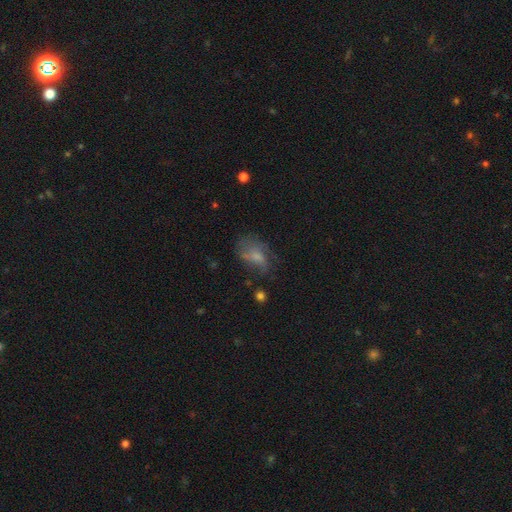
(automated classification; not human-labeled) smooth-or-featured: smooth: 53% | featured or disk: 34% | star or artifact: 13%
  how-rounded: in between: 83% | round: 13% | cigar-shaped: 4%
  merging: none: 41% | major disturbance: 29% | minor disturbance: 27% | merger: 4%